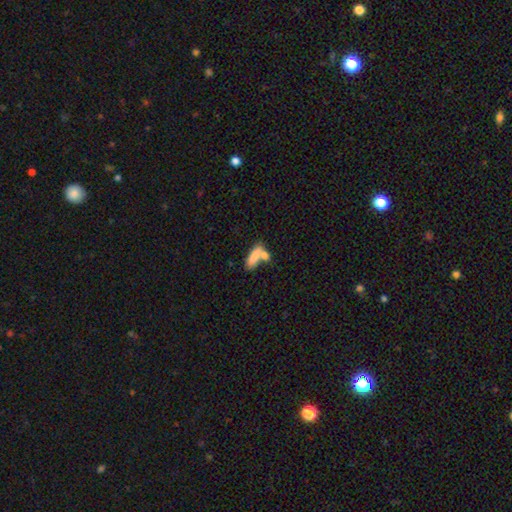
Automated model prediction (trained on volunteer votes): smooth 78%, featured or disk 14%, star or artifact 8%. Down the decision tree: how rounded — in between (64%); merging — merger (49%).